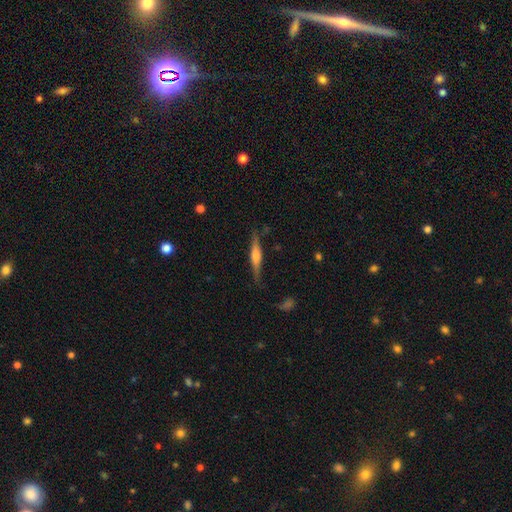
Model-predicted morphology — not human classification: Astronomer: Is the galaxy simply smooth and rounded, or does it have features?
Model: featured or disk — 65%.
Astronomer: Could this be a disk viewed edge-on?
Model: yes — 97%.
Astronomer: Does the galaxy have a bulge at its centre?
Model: rounded — 84%.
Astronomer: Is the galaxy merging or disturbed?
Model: none — 83%.